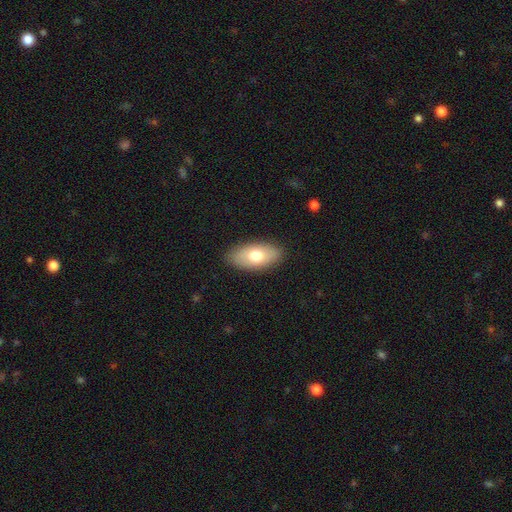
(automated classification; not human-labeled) This appears to be a smooth galaxy with no disk features (71%) that is in between round and cigar-shaped (92%). Merging: none (86%).